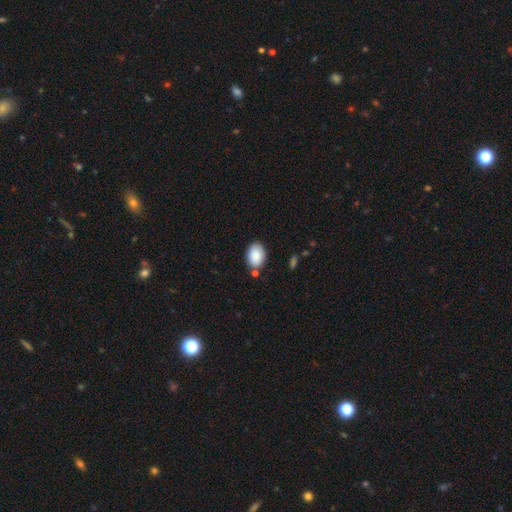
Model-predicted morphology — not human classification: The model was most divided on "how rounded": in between: 81%, round: 18%, cigar-shaped: 1%. More confident: smooth or featured — smooth (89%); merging — none (77%).